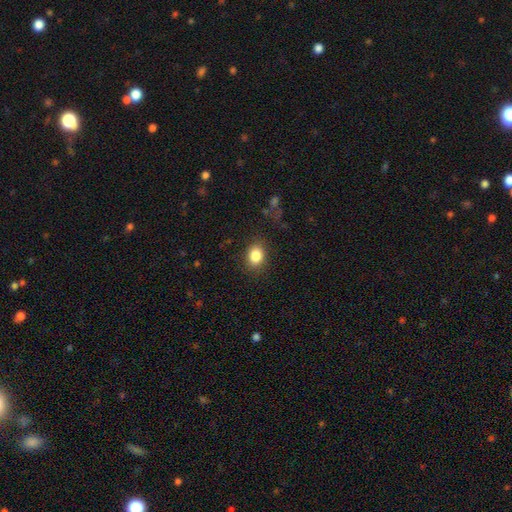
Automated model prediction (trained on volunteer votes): Smooth or featured? smooth (85%)
How rounded? in between (57%)
Merging? none (83%)